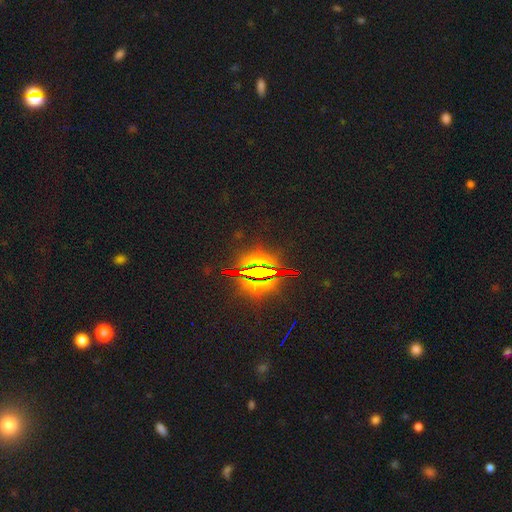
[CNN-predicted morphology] This appears to be a star or artifact, not a galaxy (86%).